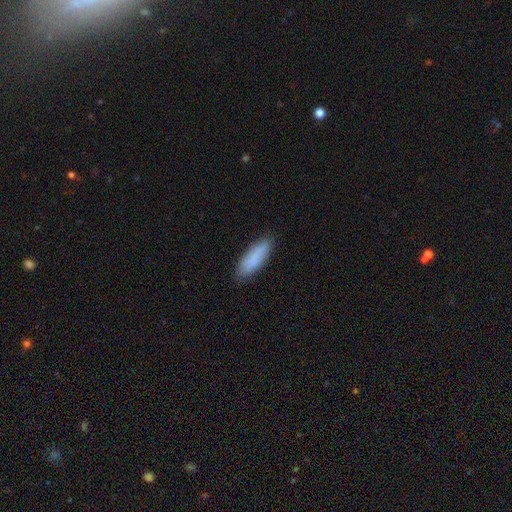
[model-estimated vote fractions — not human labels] Q: Smooth or featured?
A: smooth (81%); runner-up: featured or disk (12%)
Q: How rounded?
A: in between (50%); runner-up: cigar-shaped (48%)
Q: Merging?
A: none (83%); runner-up: minor disturbance (14%)